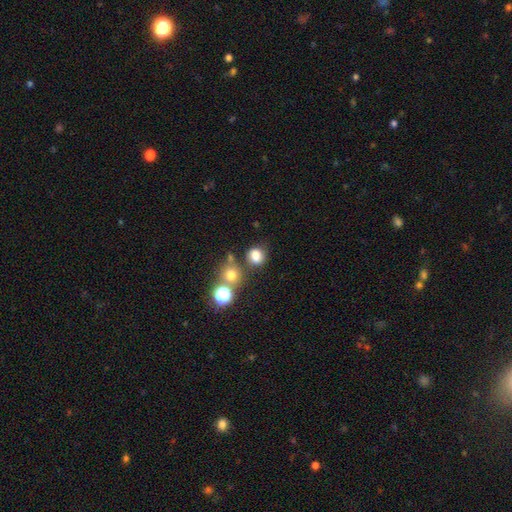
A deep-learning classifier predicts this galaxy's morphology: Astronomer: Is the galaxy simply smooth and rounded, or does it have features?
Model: smooth — 78%.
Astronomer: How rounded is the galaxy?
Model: round — 75%.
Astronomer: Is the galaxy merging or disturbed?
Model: none — 69%.